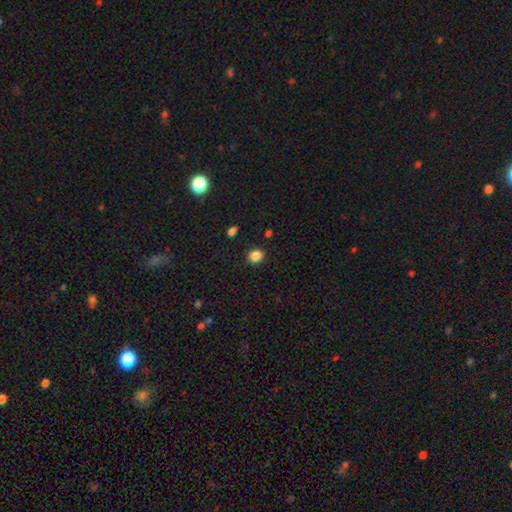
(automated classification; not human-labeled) Smooth or featured?
  - smooth: 86% *
  - star or artifact: 10%
  - featured or disk: 4%
How rounded?
  - round: 58% *
  - in between: 41%
  - cigar-shaped: 1%
Merging?
  - none: 87% *
  - minor disturbance: 9%
  - major disturbance: 2%
  - merger: 2%